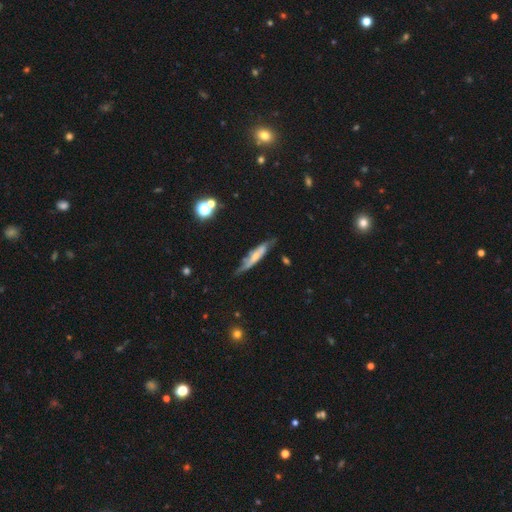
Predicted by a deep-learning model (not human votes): This appears to be a featured or disk galaxy (50%). Merging: none (61%).